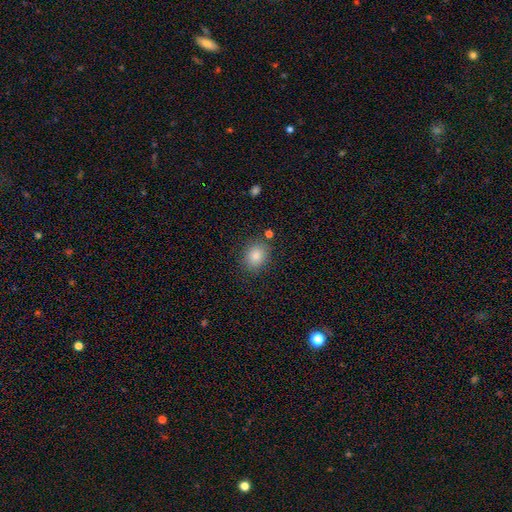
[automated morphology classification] smooth_or_featured: smooth (p=0.83) [alt: star or artifact p=0.11]
how_rounded: round (p=0.62) [alt: in between p=0.37]
merging: none (p=0.84) [alt: minor disturbance p=0.10]